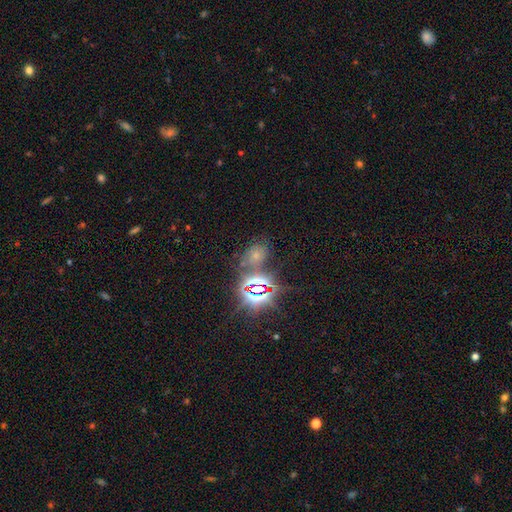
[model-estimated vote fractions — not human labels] The model was most divided on "smooth or featured": star or artifact: 52%, smooth: 34%, featured or disk: 14%.